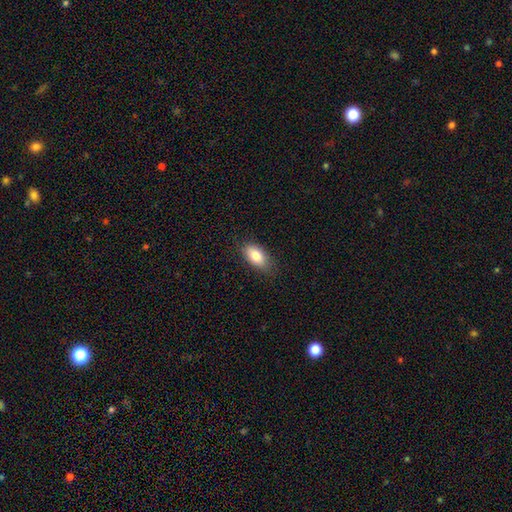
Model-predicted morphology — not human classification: smooth-or-featured: smooth: 83% | featured or disk: 10% | star or artifact: 7%
  how-rounded: in between: 91% | cigar-shaped: 5% | round: 4%
  merging: none: 81% | minor disturbance: 15% | major disturbance: 3% | merger: 1%